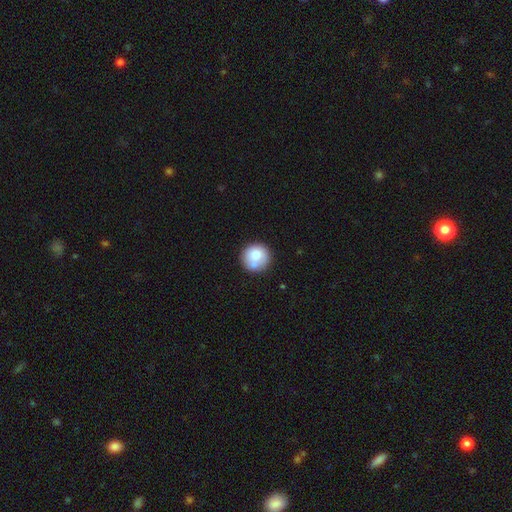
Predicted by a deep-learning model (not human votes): Q: Smooth or featured?
A: smooth (75%); runner-up: featured or disk (17%)
Q: How rounded?
A: round (93%); runner-up: in between (6%)
Q: Merging?
A: none (66%); runner-up: merger (16%)